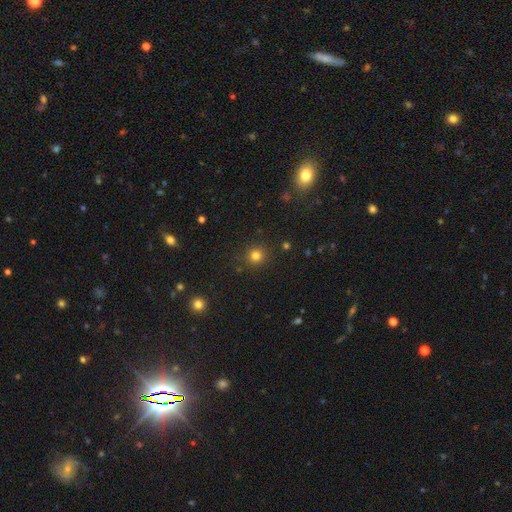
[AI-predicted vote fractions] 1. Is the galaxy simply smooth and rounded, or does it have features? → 80% smooth, 15% star or artifact, 5% featured or disk.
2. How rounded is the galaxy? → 93% round, 6% in between, 1% cigar-shaped.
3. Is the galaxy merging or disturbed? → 89% none, 6% minor disturbance, 3% major disturbance, 2% merger.